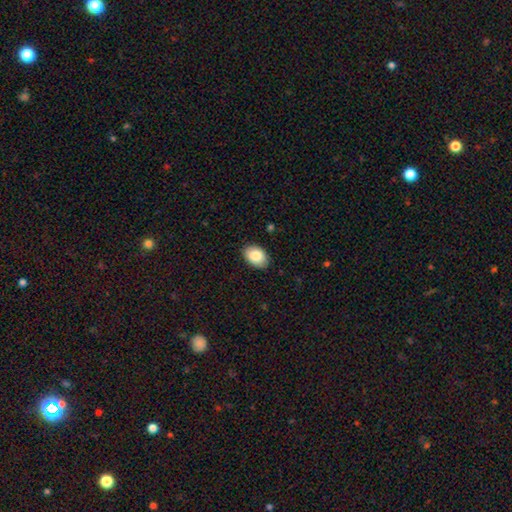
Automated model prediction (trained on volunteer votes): Q: Smooth or featured?
A: smooth (87%); runner-up: star or artifact (7%)
Q: How rounded?
A: in between (86%); runner-up: round (13%)
Q: Merging?
A: none (87%); runner-up: minor disturbance (10%)